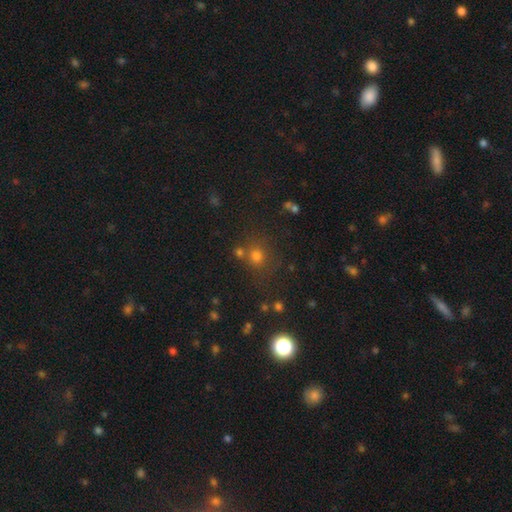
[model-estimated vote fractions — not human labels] A smooth galaxy with no disk features (66%) that is round (86%). Merging: none (71%).